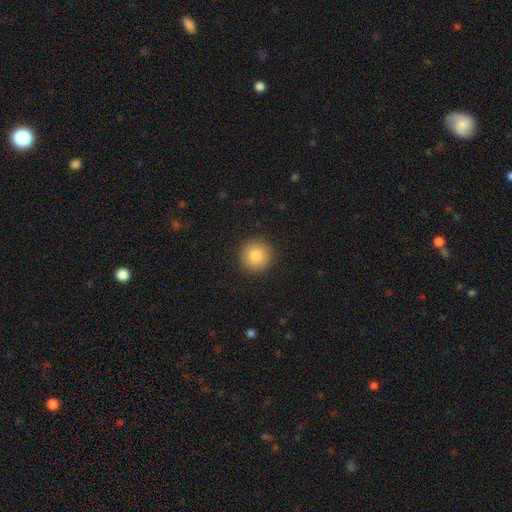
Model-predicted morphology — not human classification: The model was most divided on "smooth or featured": smooth: 83%, star or artifact: 9%, featured or disk: 8%. More confident: how rounded — round (96%); merging — none (92%).